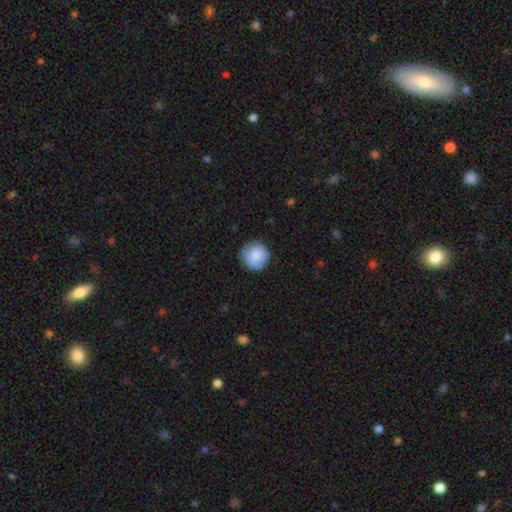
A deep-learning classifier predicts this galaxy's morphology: Smooth or featured? Predicted: smooth (p=0.84). How rounded? Predicted: round (p=0.93). Merging? Predicted: none (p=0.79).